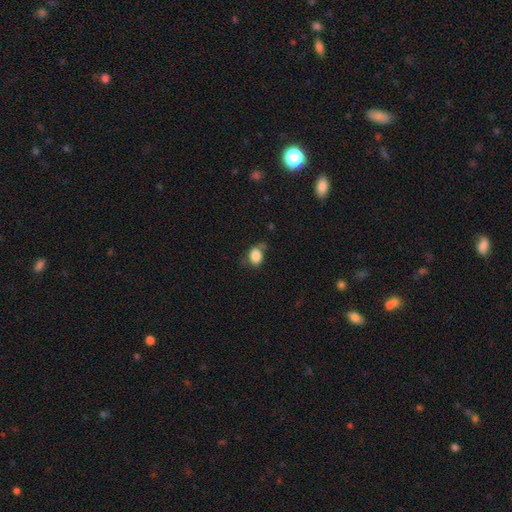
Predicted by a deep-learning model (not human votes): smooth 83%, star or artifact 9%, featured or disk 8%. Down the decision tree: how rounded — in between (56%); merging — none (53%).